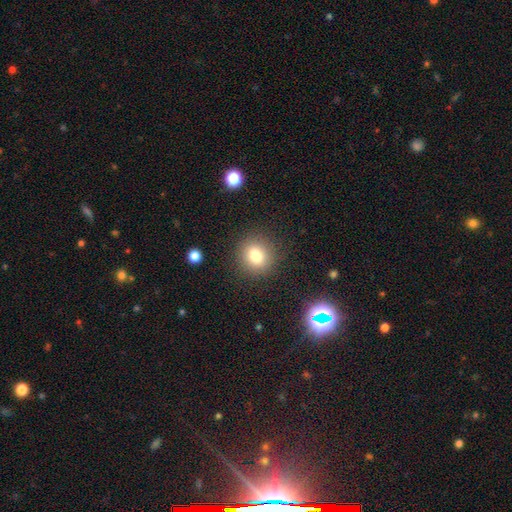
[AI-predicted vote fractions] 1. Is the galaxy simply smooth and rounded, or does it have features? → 80% smooth, 12% star or artifact, 9% featured or disk.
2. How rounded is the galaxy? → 84% round, 15% in between, 1% cigar-shaped.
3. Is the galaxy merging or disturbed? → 87% none, 8% minor disturbance, 3% major disturbance, 2% merger.